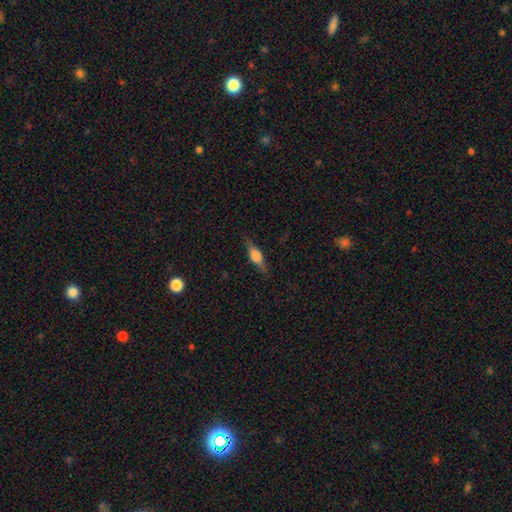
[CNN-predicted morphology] Overall: featured or disk (50%; smooth 41%). Edge-on disk: yes (95%). Merging: none (83%).